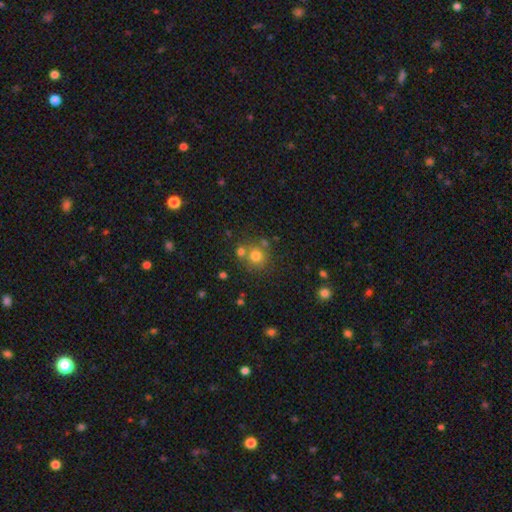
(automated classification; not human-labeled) smooth-or-featured: smooth: 74% | star or artifact: 15% | featured or disk: 11%
  how-rounded: round: 89% | in between: 10% | cigar-shaped: 1%
  merging: none: 65% | merger: 22% | minor disturbance: 10% | major disturbance: 4%